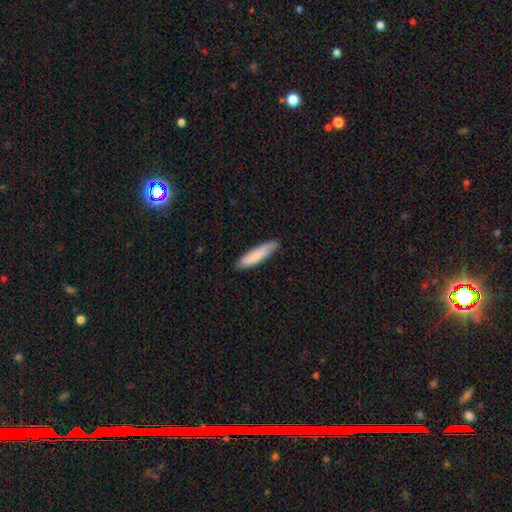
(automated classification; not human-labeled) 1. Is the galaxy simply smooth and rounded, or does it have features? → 77% smooth, 18% featured or disk, 5% star or artifact.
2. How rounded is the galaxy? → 75% cigar-shaped, 23% in between, 1% round.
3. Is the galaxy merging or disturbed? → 84% none, 13% minor disturbance, 2% major disturbance, 1% merger.